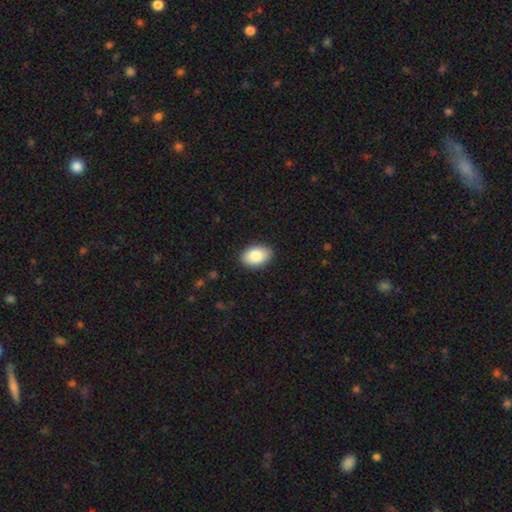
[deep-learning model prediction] Q: Smooth or featured?
A: smooth (86%); runner-up: featured or disk (8%)
Q: How rounded?
A: in between (89%); runner-up: round (10%)
Q: Merging?
A: none (89%); runner-up: minor disturbance (9%)